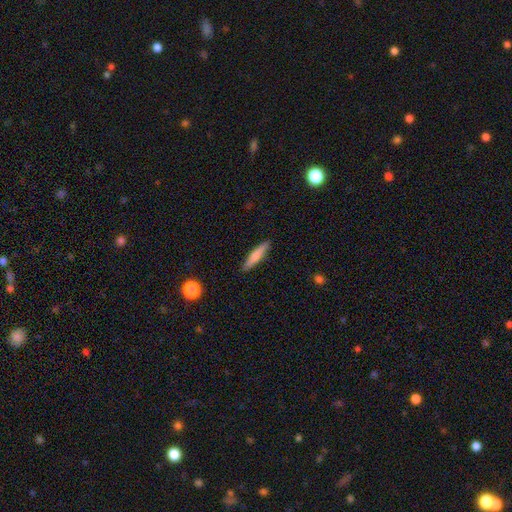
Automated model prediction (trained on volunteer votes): Smooth or featured? Predicted: smooth (p=0.67). How rounded? Predicted: cigar-shaped (p=0.87). Merging? Predicted: none (p=0.89).